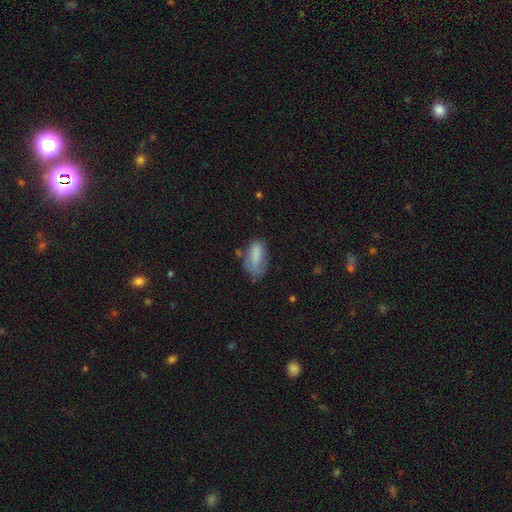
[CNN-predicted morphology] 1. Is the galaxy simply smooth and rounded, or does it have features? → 79% smooth, 13% featured or disk, 8% star or artifact.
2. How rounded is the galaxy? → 85% in between, 11% cigar-shaped, 4% round.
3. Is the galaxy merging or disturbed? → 46% none, 32% minor disturbance, 17% major disturbance, 6% merger.